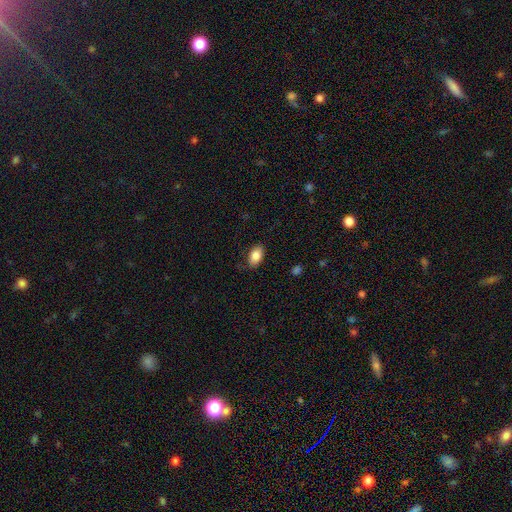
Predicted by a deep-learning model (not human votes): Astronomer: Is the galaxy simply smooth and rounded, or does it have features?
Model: smooth — 84%.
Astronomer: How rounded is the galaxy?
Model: in between — 91%.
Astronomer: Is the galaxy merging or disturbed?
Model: none — 81%.